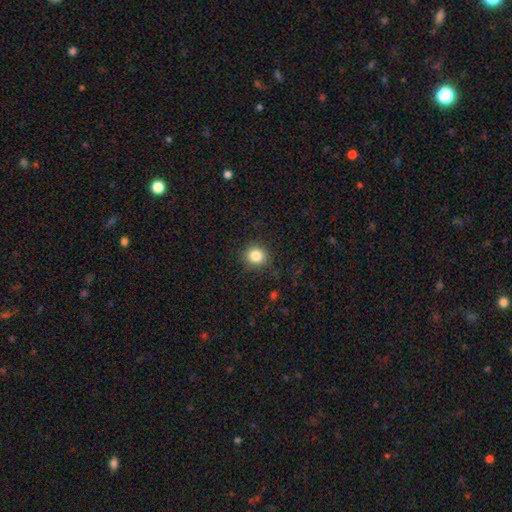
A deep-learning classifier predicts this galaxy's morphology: smooth_or_featured: smooth (p=0.83) [alt: star or artifact p=0.11]
how_rounded: round (p=0.89) [alt: in between p=0.10]
merging: none (p=0.88) [alt: minor disturbance p=0.08]